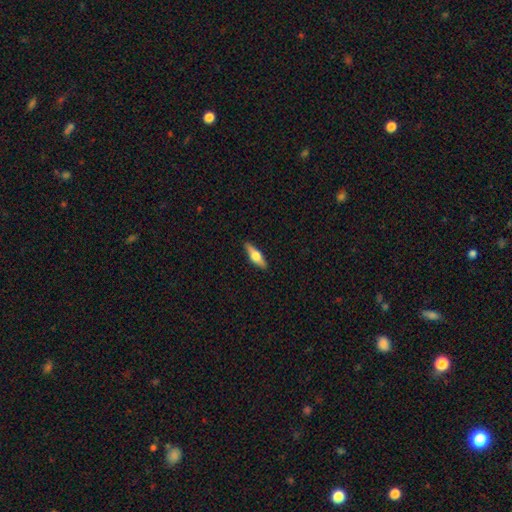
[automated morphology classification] featured or disk 52%, smooth 42%, star or artifact 6%. Down the decision tree: edge-on disk — yes (93%); merging — none (90%).